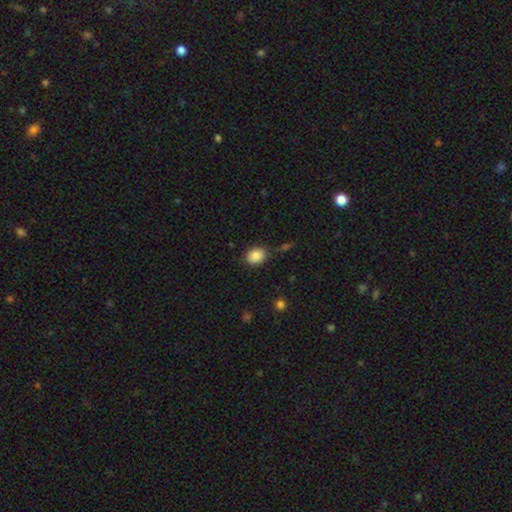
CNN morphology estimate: Smooth or featured?
  - smooth: 88% *
  - star or artifact: 9%
  - featured or disk: 4%
How rounded?
  - in between: 52% *
  - round: 48%
  - cigar-shaped: 1%
Merging?
  - none: 78% *
  - minor disturbance: 15%
  - major disturbance: 4%
  - merger: 3%